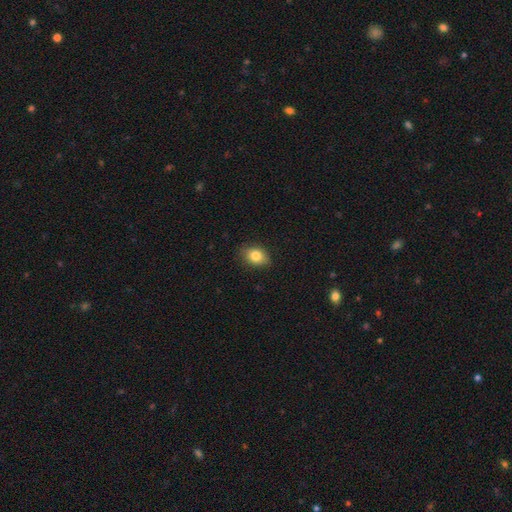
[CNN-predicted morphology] smooth-or-featured: smooth: 82% | star or artifact: 9% | featured or disk: 9%
  how-rounded: in between: 72% | round: 27% | cigar-shaped: 1%
  merging: none: 82% | minor disturbance: 14% | major disturbance: 3% | merger: 1%